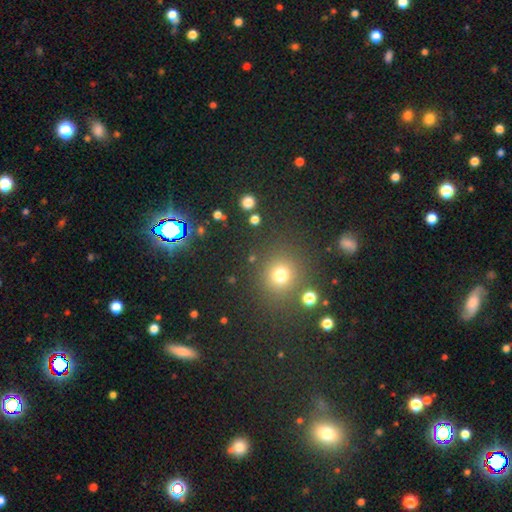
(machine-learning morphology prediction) The model was most divided on "smooth or featured": smooth: 50%, star or artifact: 42%, featured or disk: 8%. More confident: how rounded — round (87%); merging — none (86%).